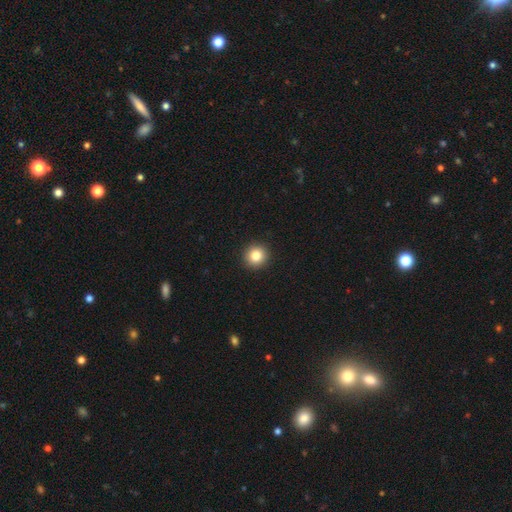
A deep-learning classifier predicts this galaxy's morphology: Smooth or featured: smooth — 83% (star or artifact — 10%)
How rounded: round — 94% (in between — 5%)
Merging: none — 93% (minor disturbance — 4%)